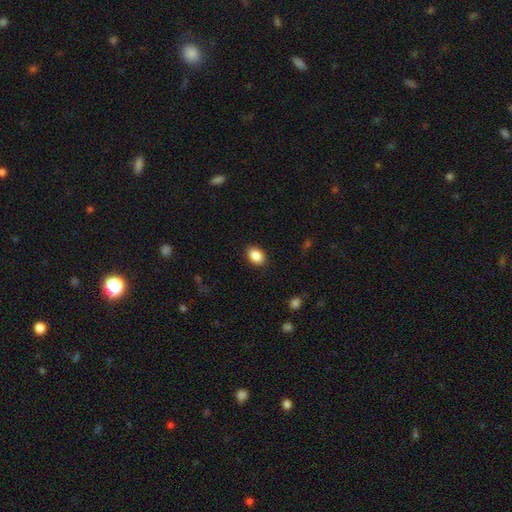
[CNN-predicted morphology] type=smooth (88%); roundness=in between (79%); merging=none (88%).